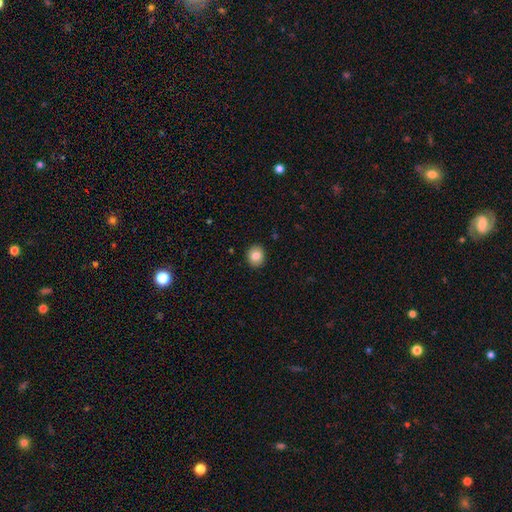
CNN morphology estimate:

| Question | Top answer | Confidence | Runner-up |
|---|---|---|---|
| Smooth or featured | smooth | 84% | star or artifact (9%) |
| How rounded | round | 72% | in between (27%) |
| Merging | none | 91% | minor disturbance (6%) |